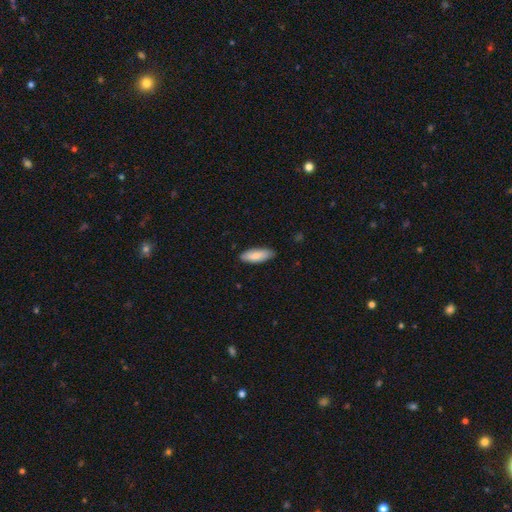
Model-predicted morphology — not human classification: Smooth or featured?
  - smooth: 83% *
  - featured or disk: 11%
  - star or artifact: 5%
How rounded?
  - in between: 70% *
  - cigar-shaped: 28%
  - round: 2%
Merging?
  - none: 85% *
  - minor disturbance: 12%
  - major disturbance: 2%
  - merger: 1%